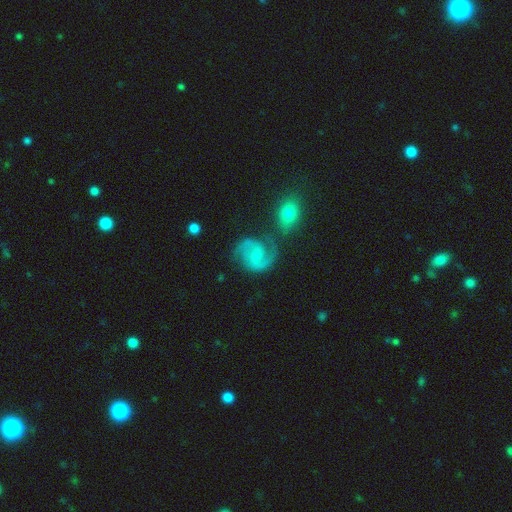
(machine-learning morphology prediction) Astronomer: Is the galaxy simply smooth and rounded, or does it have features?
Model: featured or disk — 87%.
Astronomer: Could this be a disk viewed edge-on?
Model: no — 98%.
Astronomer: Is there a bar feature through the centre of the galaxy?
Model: no — 48% (runner-up: weak, 42%).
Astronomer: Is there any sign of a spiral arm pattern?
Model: yes — 97%.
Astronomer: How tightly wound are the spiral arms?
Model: medium — 60%.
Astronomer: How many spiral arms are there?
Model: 2 — 90%.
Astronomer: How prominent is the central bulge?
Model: small — 66%.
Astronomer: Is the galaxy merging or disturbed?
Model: none — 64%.